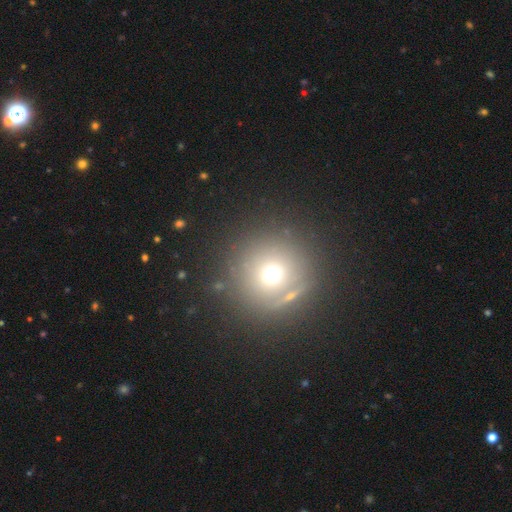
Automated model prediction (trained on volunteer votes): This appears to be a smooth galaxy with no disk features (58%) that is round (95%). Merging: none (81%).